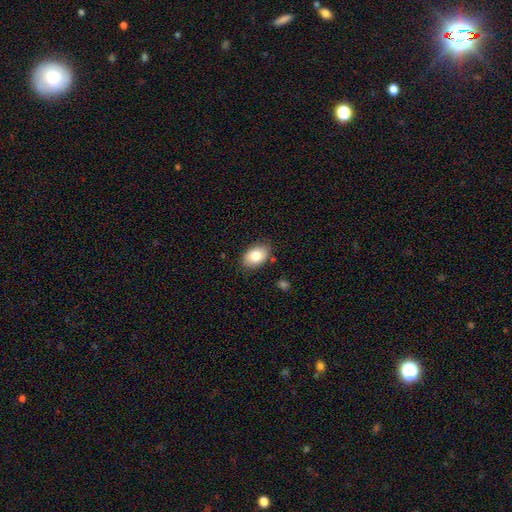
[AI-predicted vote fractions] Smooth or featured: smooth — 82% (featured or disk — 11%)
How rounded: in between — 89% (round — 10%)
Merging: none — 82% (minor disturbance — 13%)